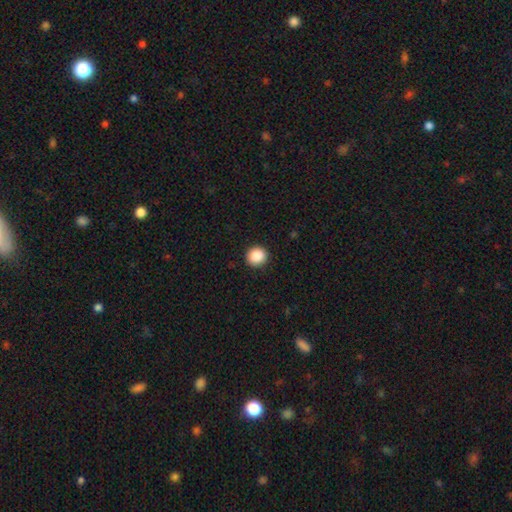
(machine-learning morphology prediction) Smooth or featured? smooth (87%)
How rounded? round (88%)
Merging? none (91%)